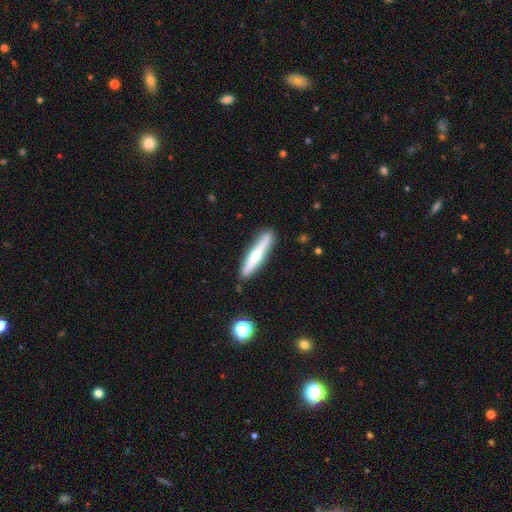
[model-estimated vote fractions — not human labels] Smooth or featured? Predicted: smooth (p=0.50). Merging? Predicted: none (p=0.87).